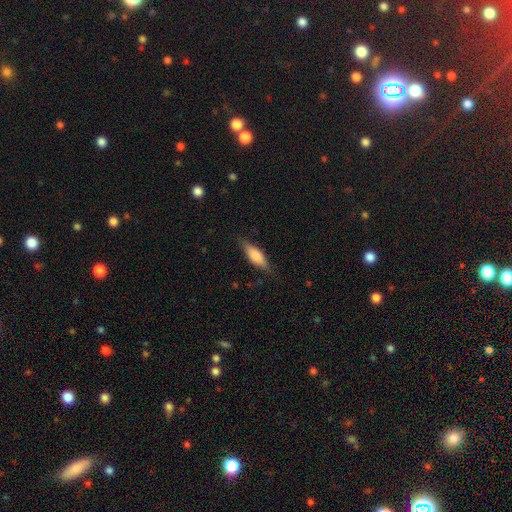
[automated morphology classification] smooth-or-featured: smooth: 74% | featured or disk: 20% | star or artifact: 6%
  how-rounded: in between: 61% | cigar-shaped: 37% | round: 2%
  merging: none: 77% | minor disturbance: 18% | major disturbance: 4% | merger: 1%